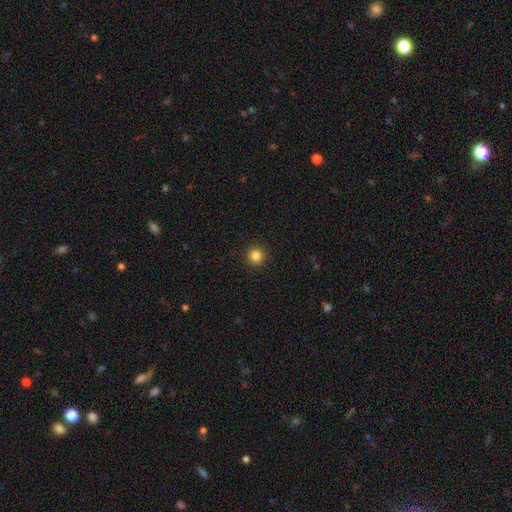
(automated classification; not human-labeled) smooth 84%, star or artifact 12%, featured or disk 4%. Down the decision tree: how rounded — round (94%); merging — none (92%).